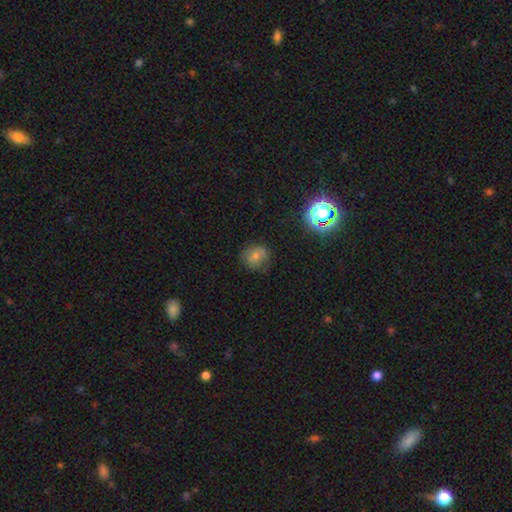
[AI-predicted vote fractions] This is possibly a smooth galaxy (59%). How rounded: likely round (80%). Merging: likely none (75%).